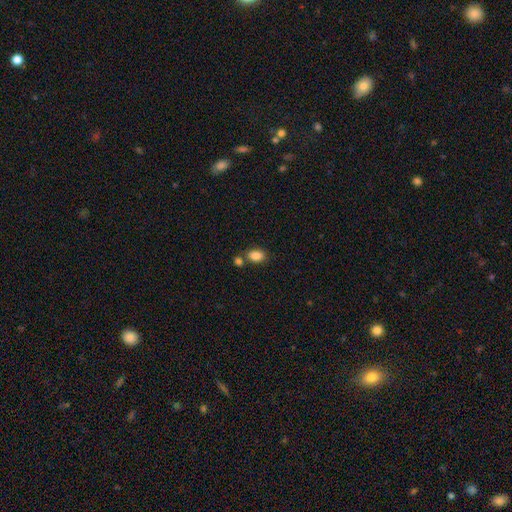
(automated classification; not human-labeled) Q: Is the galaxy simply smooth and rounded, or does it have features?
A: smooth — 87%.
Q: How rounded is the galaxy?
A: in between — 86%.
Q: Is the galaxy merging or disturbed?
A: none — 63%.